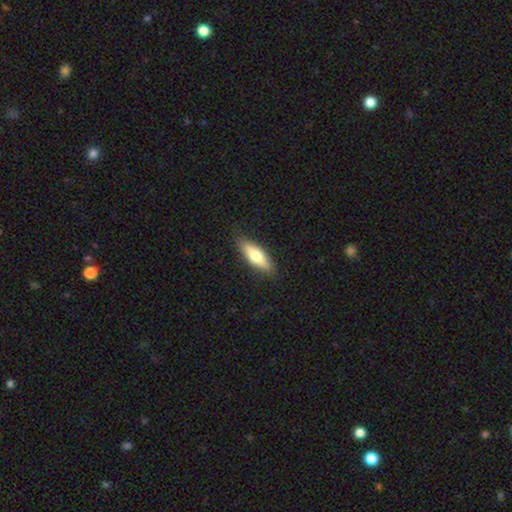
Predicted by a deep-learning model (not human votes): A smooth galaxy with no disk features (67%) that is in between round and cigar-shaped (49%, tied with cigar-shaped).

Vote fractions:
- Smooth or featured? smooth: 67% / featured or disk: 28% / star or artifact: 6%
- How rounded? in between: 49% (tied) / cigar-shaped: 49% (tied) / round: 2%
- Merging? none: 87% / minor disturbance: 10% / major disturbance: 2% / merger: 1%